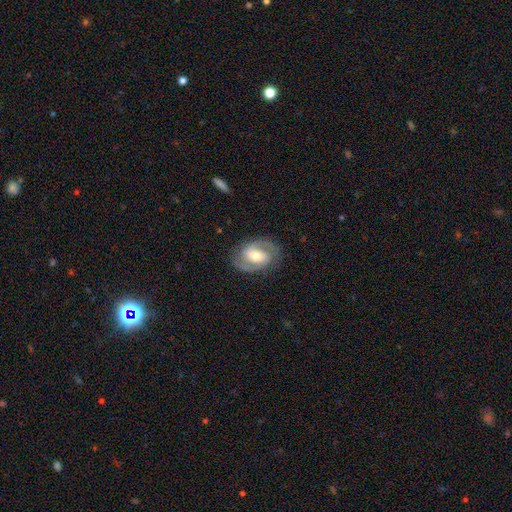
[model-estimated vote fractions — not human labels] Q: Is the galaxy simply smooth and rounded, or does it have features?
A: featured or disk — 82%.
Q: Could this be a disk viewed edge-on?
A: no — 97%.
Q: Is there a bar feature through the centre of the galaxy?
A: weak — 43%.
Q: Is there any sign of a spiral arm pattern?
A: yes — 93%.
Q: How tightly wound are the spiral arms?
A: medium — 50%.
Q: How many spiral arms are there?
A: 2 — 89%.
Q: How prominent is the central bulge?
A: moderate — 65%.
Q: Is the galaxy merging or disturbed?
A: none — 82%.